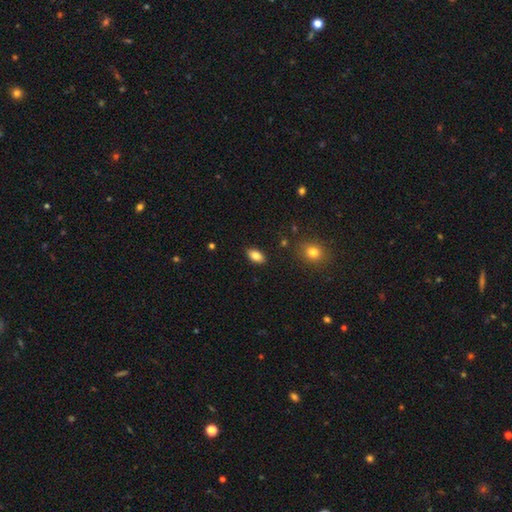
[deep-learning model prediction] A smooth galaxy with no disk features (84%) that is in between round and cigar-shaped (91%).

Vote fractions:
- Smooth or featured? smooth: 84% / star or artifact: 8% / featured or disk: 8%
- How rounded? in between: 91% / round: 6% / cigar-shaped: 3%
- Merging? none: 88% / minor disturbance: 8% / major disturbance: 2% / merger: 2%